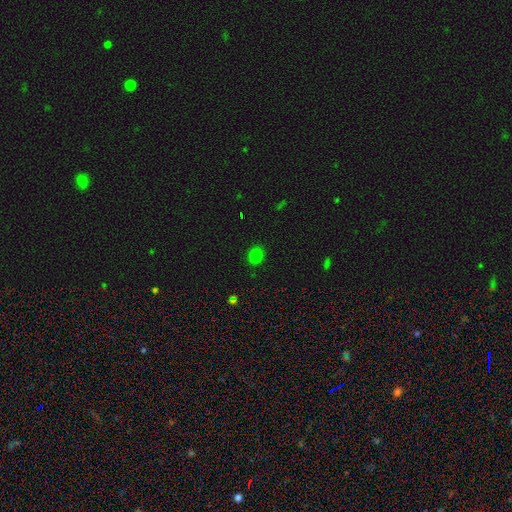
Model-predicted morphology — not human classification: Smooth or featured? smooth (80%)
How rounded? round (63%)
Merging? none (90%)